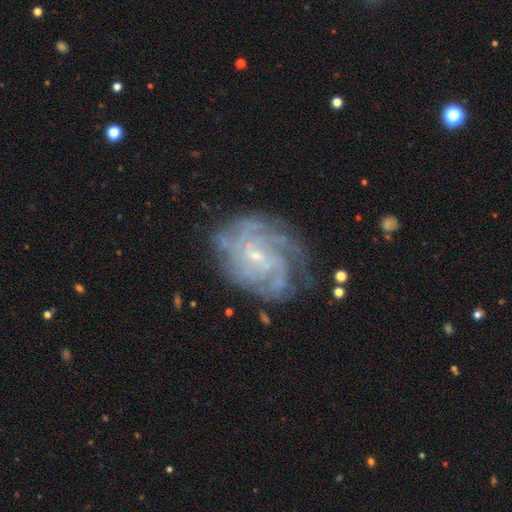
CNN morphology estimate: Smooth or featured? Predicted: featured or disk (p=0.85). Edge-on disk? Predicted: no (p=0.97). Bar? Predicted: no (p=0.54). Spiral arms? Predicted: yes (p=0.94). Spiral winding? Predicted: tight (p=0.64). Spiral arm count? Predicted: can't tell (p=0.34). Bulge size? Predicted: small (p=0.77). Merging? Predicted: none (p=0.70).